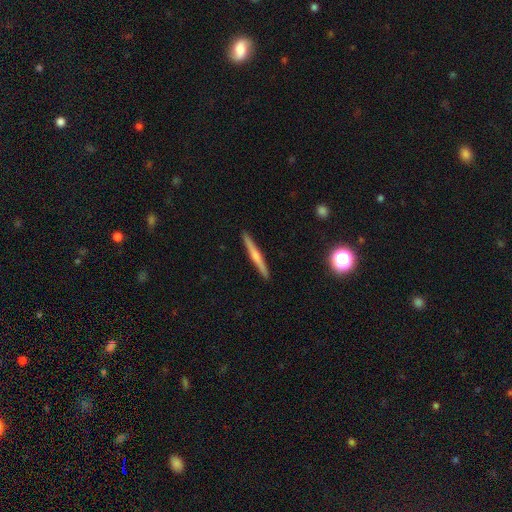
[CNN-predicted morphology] Smooth or featured?
  - featured or disk: 55% *
  - smooth: 39%
  - star or artifact: 6%
Edge-on disk?
  - yes: 98% *
  - no: 2%
Edge-on bulge?
  - rounded: 68% *
  - none: 25%
  - boxy: 7%
Merging?
  - none: 92% *
  - minor disturbance: 5%
  - major disturbance: 1%
  - merger: 1%